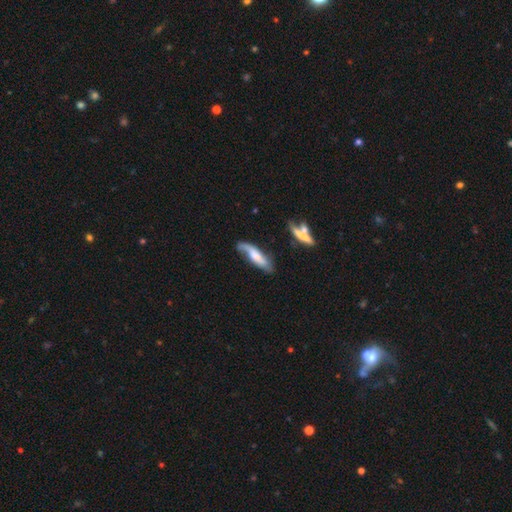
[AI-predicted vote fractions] A featured or disk galaxy (52%).

Vote fractions:
- Smooth or featured? featured or disk: 52% / smooth: 41% / star or artifact: 7%
- Edge-on disk? no: 73% / yes: 27%
- Merging? none: 51% / minor disturbance: 27% / major disturbance: 15% / merger: 7%